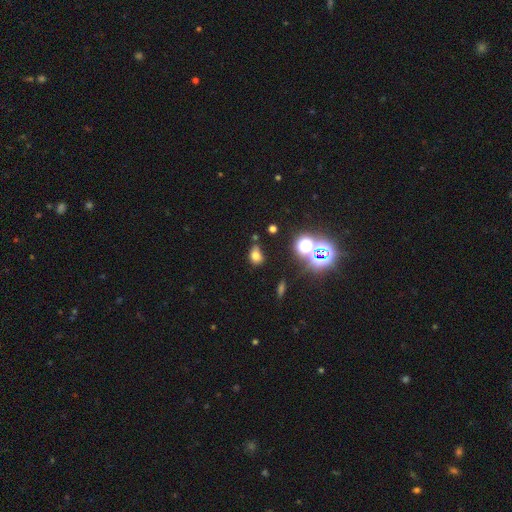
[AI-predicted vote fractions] smooth-or-featured: smooth: 69% | star or artifact: 23% | featured or disk: 8%
  how-rounded: in between: 65% | round: 34% | cigar-shaped: 2%
  merging: none: 60% | minor disturbance: 24% | merger: 8% | major disturbance: 8%